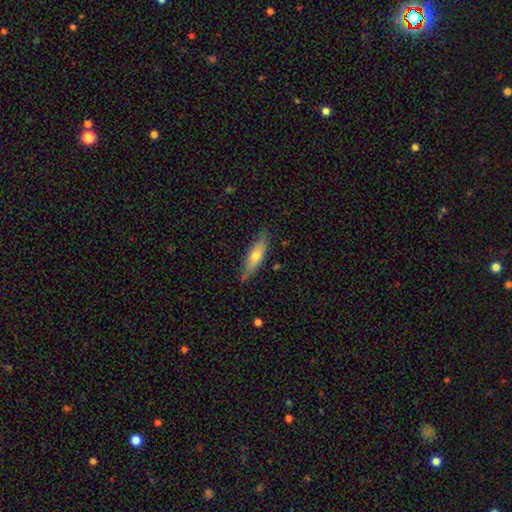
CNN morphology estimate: smooth 61%, featured or disk 32%, star or artifact 6%. Down the decision tree: how rounded — cigar-shaped (59%); merging — none (79%).